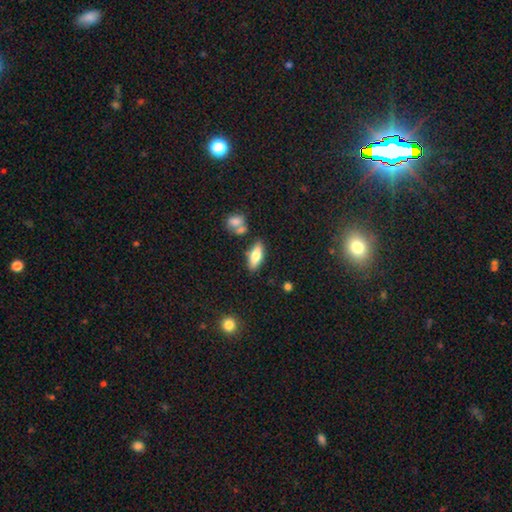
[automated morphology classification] A smooth galaxy with no disk features (67%) that is in between round and cigar-shaped (70%). Merging: none (79%).